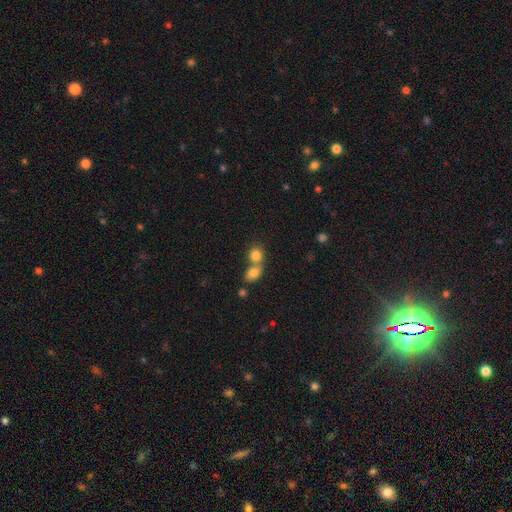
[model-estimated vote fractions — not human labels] smooth_or_featured: smooth (p=0.82) [alt: star or artifact p=0.10]
how_rounded: round (p=0.69) [alt: in between p=0.30]
merging: merger (p=0.58) [alt: none p=0.34]